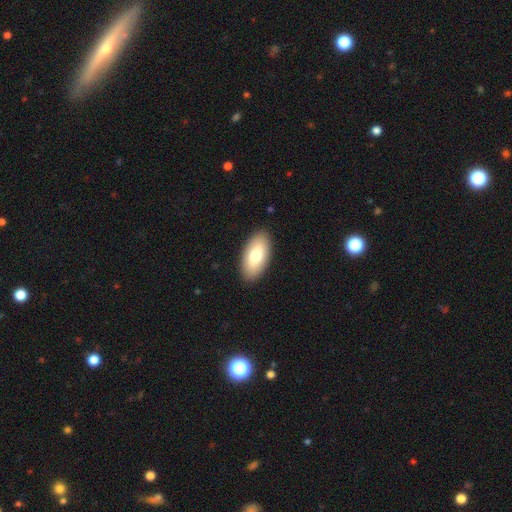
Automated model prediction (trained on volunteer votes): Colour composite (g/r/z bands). It shows a smooth galaxy with no disk features (76%) that is in between round and cigar-shaped (93%). Merging: none (89%).